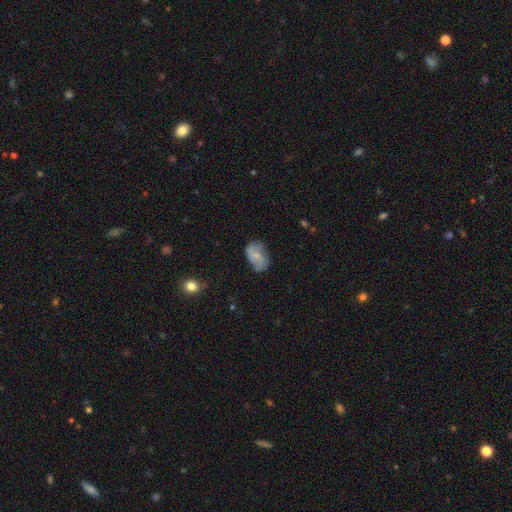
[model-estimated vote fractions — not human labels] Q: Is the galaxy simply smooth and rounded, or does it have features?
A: featured or disk — 51%.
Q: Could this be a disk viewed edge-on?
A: no — 97%.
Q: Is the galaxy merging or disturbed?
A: none — 60%.